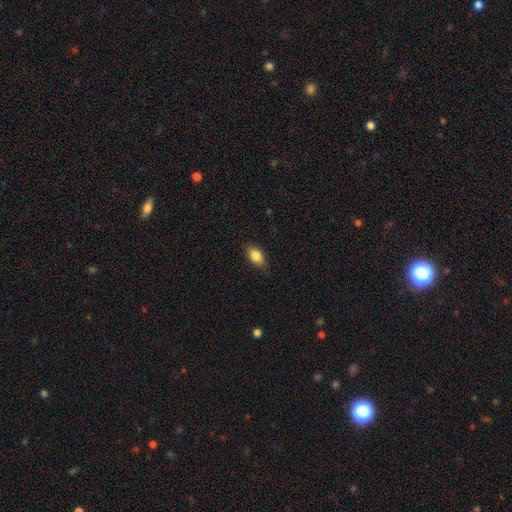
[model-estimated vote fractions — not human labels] smooth 82%, featured or disk 10%, star or artifact 8%. Down the decision tree: how rounded — in between (84%); merging — none (80%).